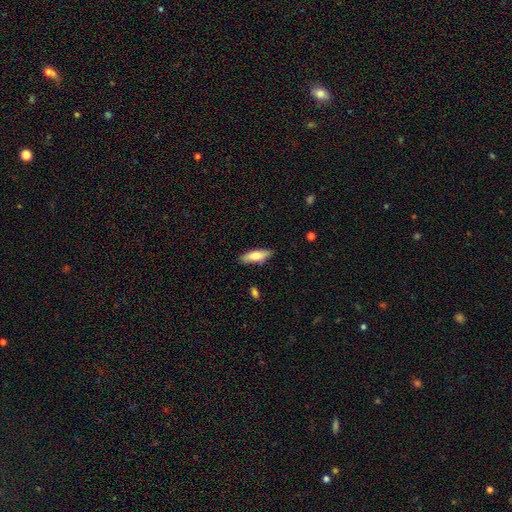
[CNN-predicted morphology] Smooth or featured: smooth — 74% (featured or disk — 20%)
How rounded: in between — 59% (cigar-shaped — 39%)
Merging: none — 83% (minor disturbance — 13%)